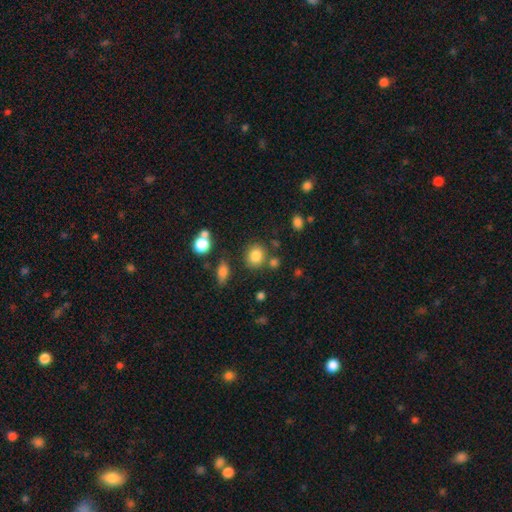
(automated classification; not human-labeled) Q: Smooth or featured?
A: smooth (82%); runner-up: star or artifact (12%)
Q: How rounded?
A: round (69%); runner-up: in between (30%)
Q: Merging?
A: none (75%); runner-up: minor disturbance (12%)